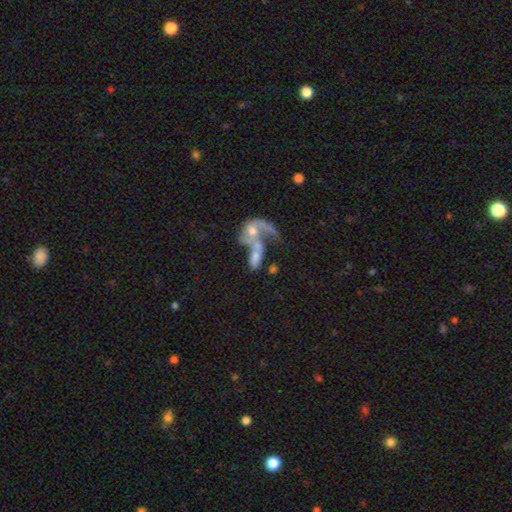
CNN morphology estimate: Overall: featured or disk (48%; smooth 43%). Merging: merger (67%).